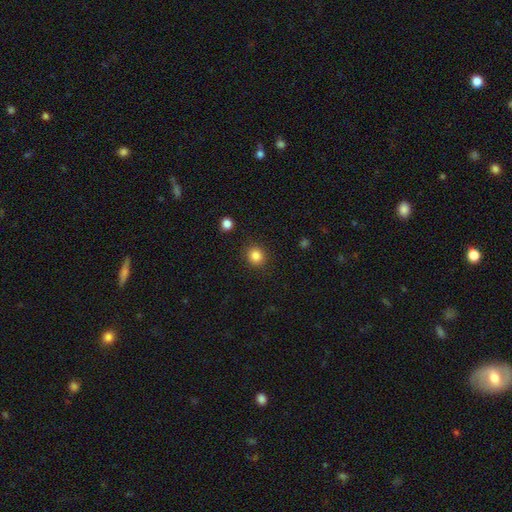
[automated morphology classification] smooth_or_featured: smooth (p=0.85) [alt: star or artifact p=0.11]
how_rounded: round (p=0.88) [alt: in between p=0.11]
merging: none (p=0.90) [alt: minor disturbance p=0.06]